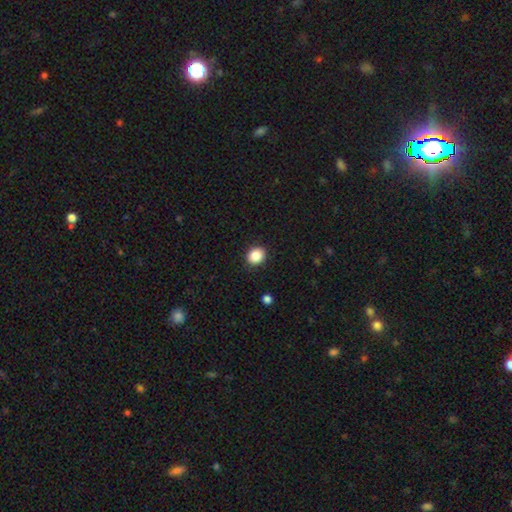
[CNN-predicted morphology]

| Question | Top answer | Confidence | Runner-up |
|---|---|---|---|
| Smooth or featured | smooth | 87% | star or artifact (9%) |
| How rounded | round | 66% | in between (33%) |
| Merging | none | 90% | minor disturbance (7%) |